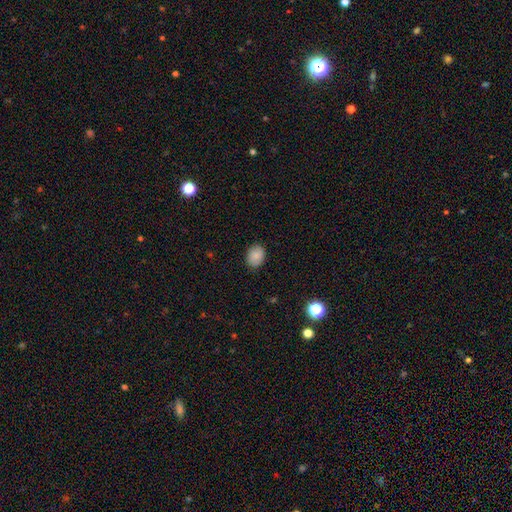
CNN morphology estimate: Q: Smooth or featured?
A: smooth (87%); runner-up: star or artifact (8%)
Q: How rounded?
A: in between (60%); runner-up: round (40%)
Q: Merging?
A: none (87%); runner-up: minor disturbance (10%)